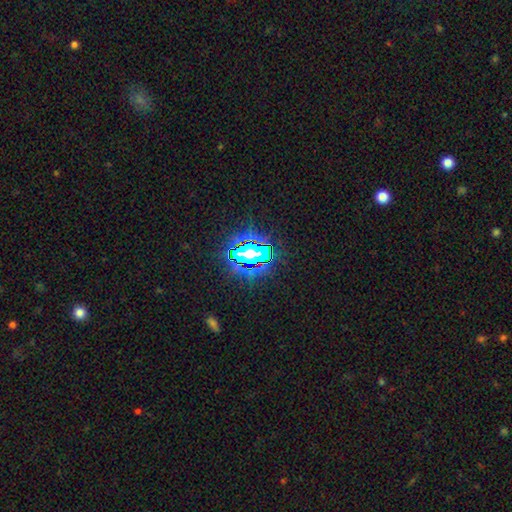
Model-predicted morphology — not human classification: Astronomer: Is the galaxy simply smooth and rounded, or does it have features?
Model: star or artifact — 79%.